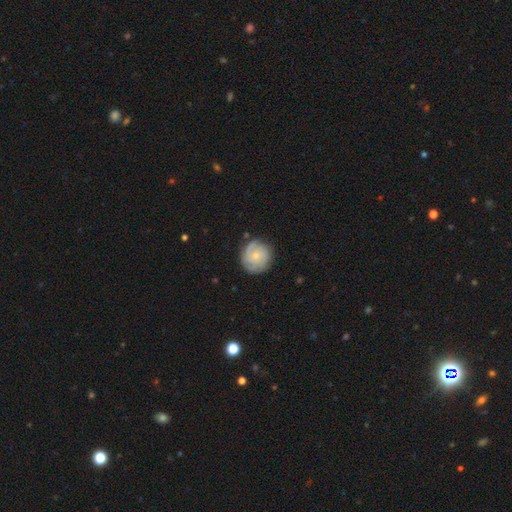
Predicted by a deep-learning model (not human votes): Morphology: type=featured or disk (60%); edge-on=no (98%); bar=no (79%); spiral arms=yes (89%); winding=tight (66%); arm count=can't tell (31%); bulge=small (71%); merging=none (79%).